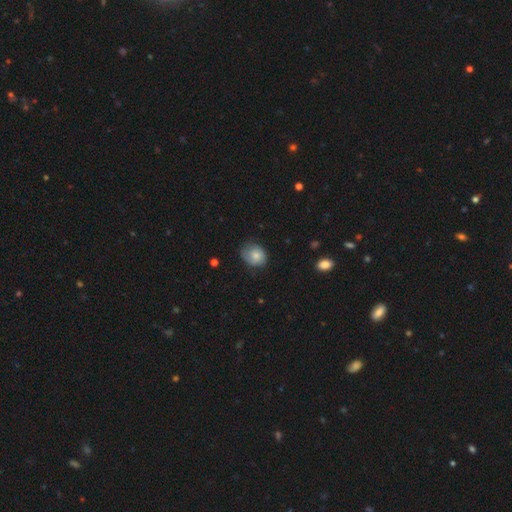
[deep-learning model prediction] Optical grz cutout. It shows a smooth galaxy with no disk features (71%) that is round (56%). Merging: none (57%).